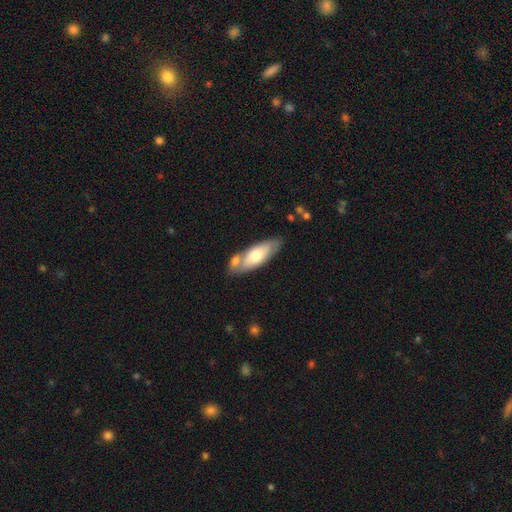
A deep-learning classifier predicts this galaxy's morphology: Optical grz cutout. It shows a smooth galaxy with no disk features (63%) that is in between round and cigar-shaped (68%). Merging: none (58%).